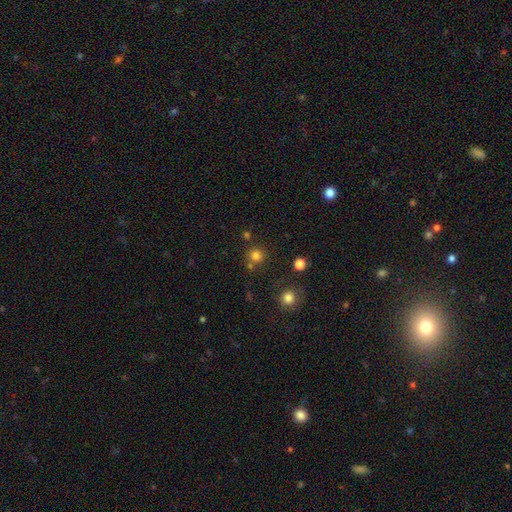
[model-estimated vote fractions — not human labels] smooth-or-featured: smooth: 77% | star or artifact: 17% | featured or disk: 6%
  how-rounded: round: 92% | in between: 7% | cigar-shaped: 1%
  merging: none: 75% | merger: 14% | minor disturbance: 9% | major disturbance: 3%